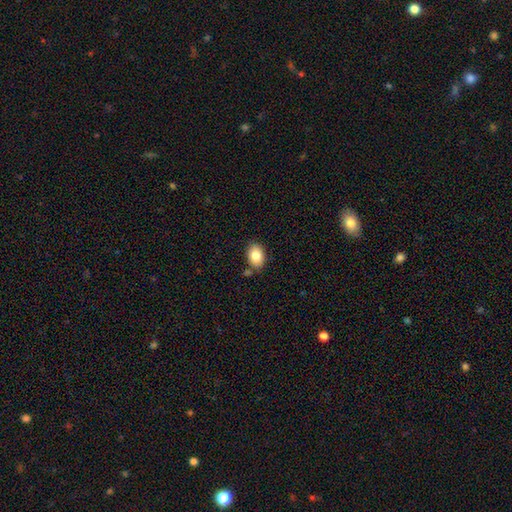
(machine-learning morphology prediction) A smooth galaxy with no disk features (84%) that is in between round and cigar-shaped (79%). Merging: none (80%).